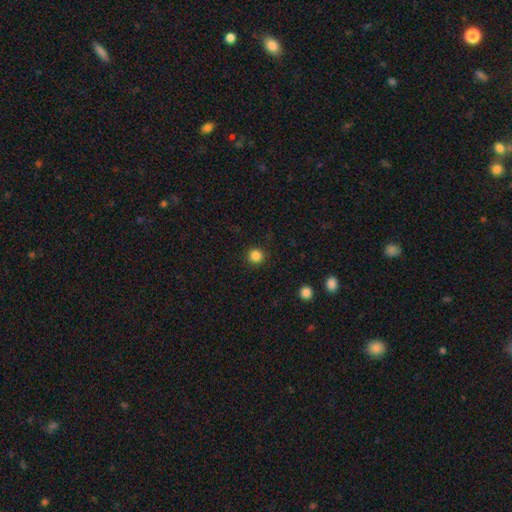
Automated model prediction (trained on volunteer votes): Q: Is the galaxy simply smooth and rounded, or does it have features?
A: smooth — 85%.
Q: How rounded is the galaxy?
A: round — 94%.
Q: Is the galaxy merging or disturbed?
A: none — 91%.